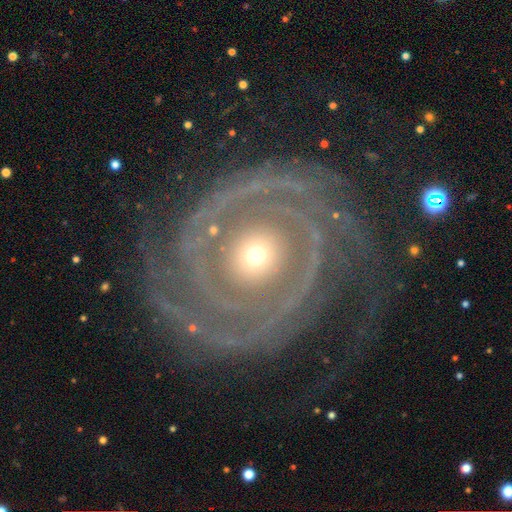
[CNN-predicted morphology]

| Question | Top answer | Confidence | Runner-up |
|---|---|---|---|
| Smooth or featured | featured or disk | 89% | smooth (6%) |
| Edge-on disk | no | 97% | yes (3%) |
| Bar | no | 83% | weak (10%) |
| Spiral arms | yes | 93% | no (7%) |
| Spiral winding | tight | 77% | medium (17%) |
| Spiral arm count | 2 | 36% | can't tell (21%) |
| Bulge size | small | 54% | moderate (39%) |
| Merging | none | 71% | minor disturbance (14%) |